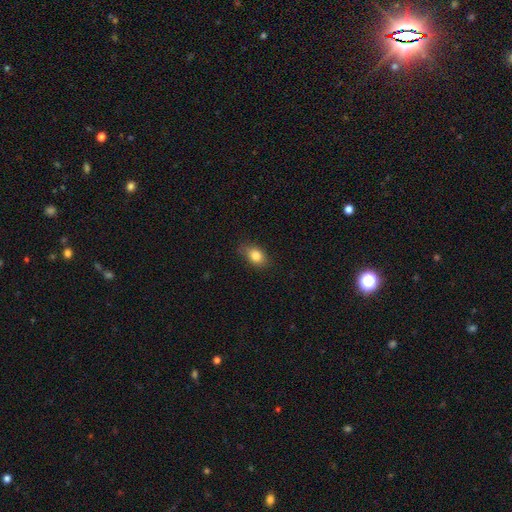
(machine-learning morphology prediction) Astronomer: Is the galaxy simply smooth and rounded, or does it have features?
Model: smooth — 83%.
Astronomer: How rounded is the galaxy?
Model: in between — 76%.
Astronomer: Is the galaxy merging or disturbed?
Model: none — 77%.